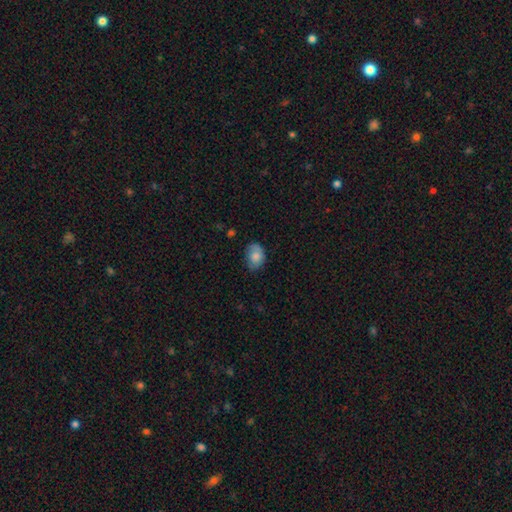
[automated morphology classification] Smooth or featured?
  - smooth: 79% *
  - featured or disk: 14%
  - star or artifact: 8%
How rounded?
  - in between: 71% *
  - round: 28%
  - cigar-shaped: 1%
Merging?
  - none: 64% *
  - minor disturbance: 28%
  - major disturbance: 6%
  - merger: 1%